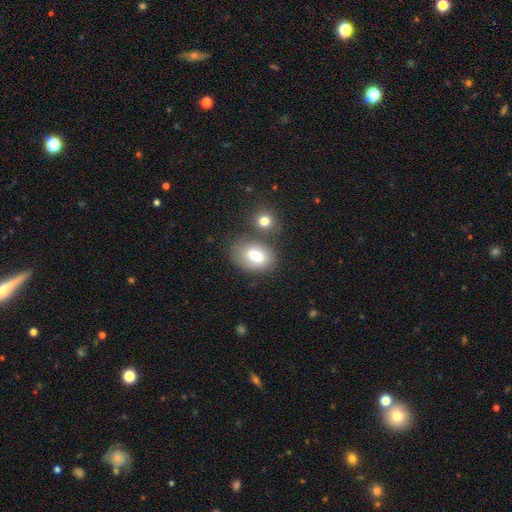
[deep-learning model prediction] Morphology: type=smooth (73%); roundness=in between (73%); merging=none (63%).